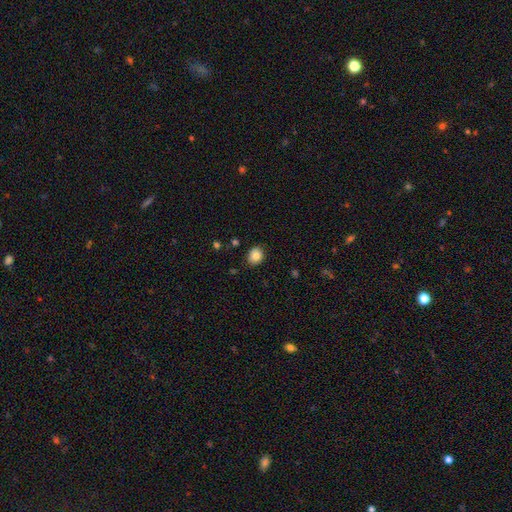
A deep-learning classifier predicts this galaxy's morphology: A smooth galaxy with no disk features (83%) that is round (58%).

Vote fractions:
- Smooth or featured? smooth: 83% / star or artifact: 9% / featured or disk: 8%
- How rounded? round: 58% / in between: 41% / cigar-shaped: 1%
- Merging? none: 84% / minor disturbance: 12% / major disturbance: 2% / merger: 1%